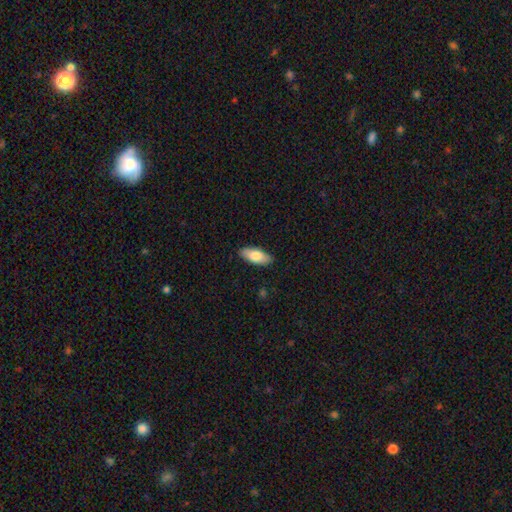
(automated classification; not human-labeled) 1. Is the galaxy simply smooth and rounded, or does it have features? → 78% smooth, 16% featured or disk, 6% star or artifact.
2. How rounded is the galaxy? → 84% in between, 14% cigar-shaped, 2% round.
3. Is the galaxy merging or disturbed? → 88% none, 9% minor disturbance, 2% major disturbance, 1% merger.